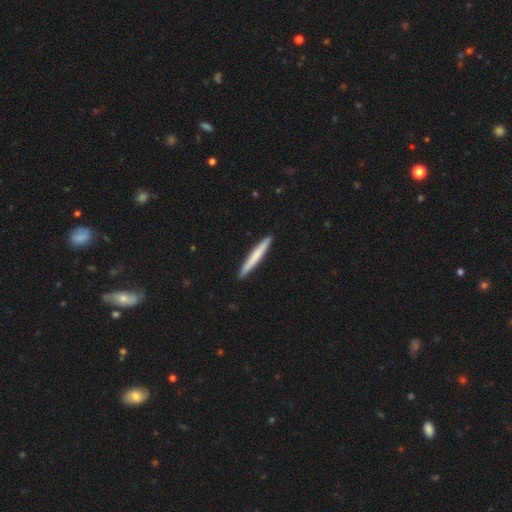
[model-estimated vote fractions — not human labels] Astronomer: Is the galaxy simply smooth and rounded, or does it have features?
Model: smooth — 67%.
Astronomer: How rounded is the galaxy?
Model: cigar-shaped — 97%.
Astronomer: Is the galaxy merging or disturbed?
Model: none — 93%.